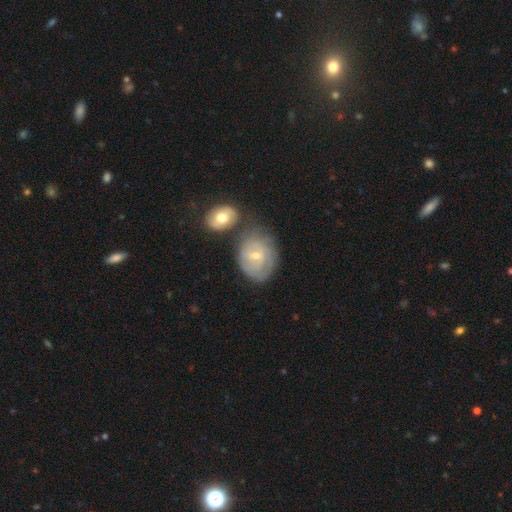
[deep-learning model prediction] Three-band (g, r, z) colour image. It shows a featured or disk galaxy (60%) with a weak bar (47%), spiral arms (71%) and a small central bulge (63%). Merging: none (51%).